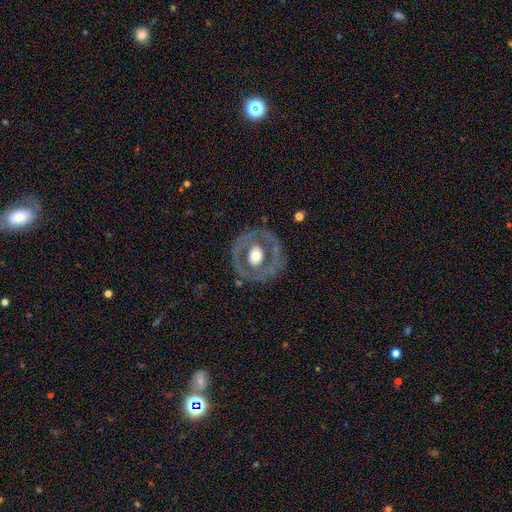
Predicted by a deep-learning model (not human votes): This is possibly a featured or disk galaxy (59%). It is clearly not viewed edge-on (95%). Bar: likely no (80%). Spiral arm pattern: clearly no (85%). Central bulge: possibly moderate (56%). Merging: likely none (76%).